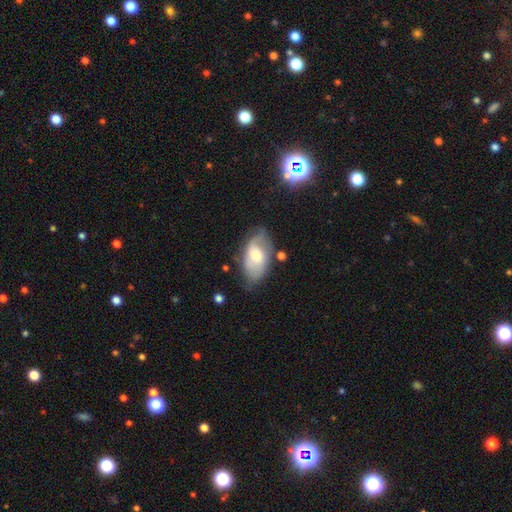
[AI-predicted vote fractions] Q: Smooth or featured?
A: featured or disk (47%); runner-up: smooth (46%)
Q: Merging?
A: none (55%); runner-up: minor disturbance (30%)